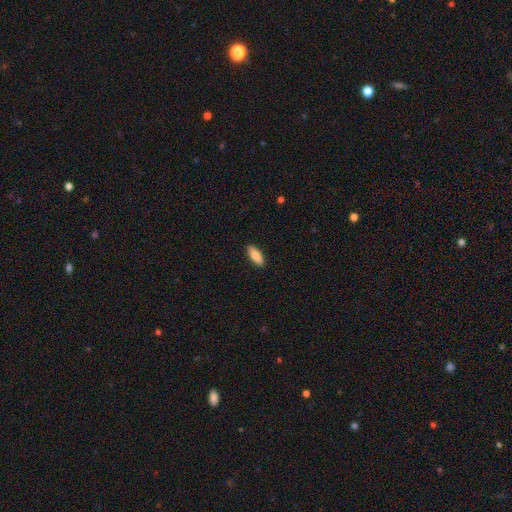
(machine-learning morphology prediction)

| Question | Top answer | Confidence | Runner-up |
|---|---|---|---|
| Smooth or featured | smooth | 89% | star or artifact (6%) |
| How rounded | in between | 72% | cigar-shaped (26%) |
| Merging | none | 89% | minor disturbance (8%) |